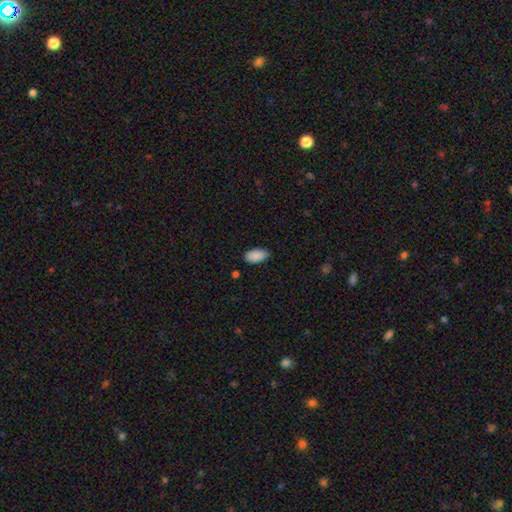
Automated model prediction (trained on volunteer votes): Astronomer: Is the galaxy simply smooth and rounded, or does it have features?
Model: smooth — 89%.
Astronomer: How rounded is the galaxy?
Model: in between — 94%.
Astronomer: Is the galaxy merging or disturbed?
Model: none — 78%.